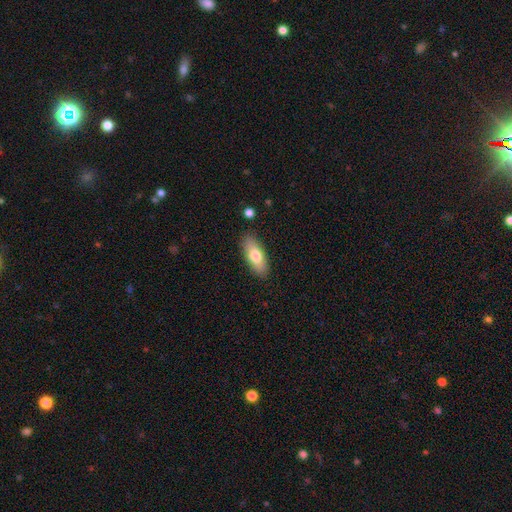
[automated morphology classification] Smooth or featured?
  - smooth: 75% *
  - featured or disk: 19%
  - star or artifact: 6%
How rounded?
  - in between: 78% *
  - cigar-shaped: 20%
  - round: 3%
Merging?
  - none: 86% *
  - minor disturbance: 10%
  - major disturbance: 2%
  - merger: 2%